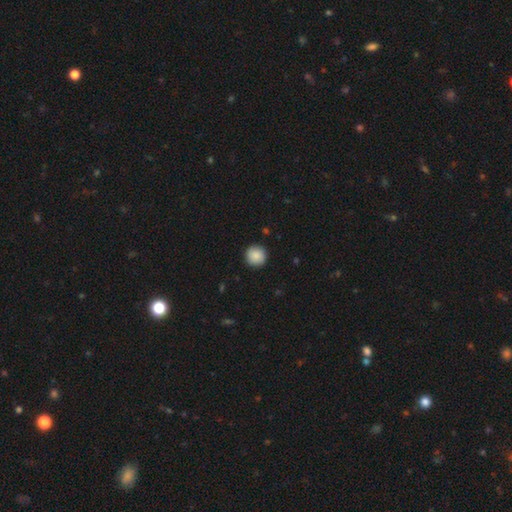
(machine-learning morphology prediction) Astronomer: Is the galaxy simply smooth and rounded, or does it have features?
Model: smooth — 89%.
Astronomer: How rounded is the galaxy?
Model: round — 96%.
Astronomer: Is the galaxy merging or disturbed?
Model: none — 92%.